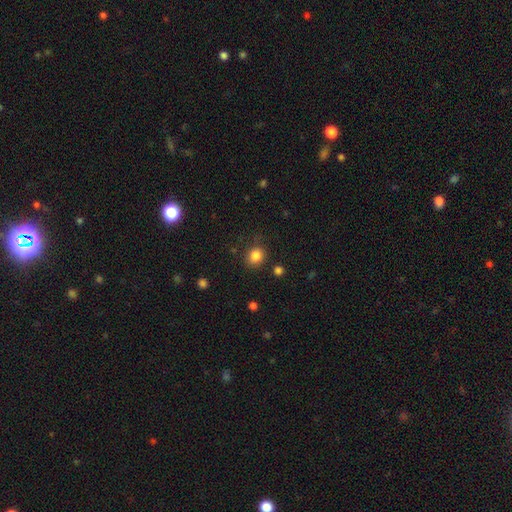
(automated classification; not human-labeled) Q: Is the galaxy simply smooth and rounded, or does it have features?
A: smooth — 84%.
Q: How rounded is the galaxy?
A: round — 70%.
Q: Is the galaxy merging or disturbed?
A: none — 81%.